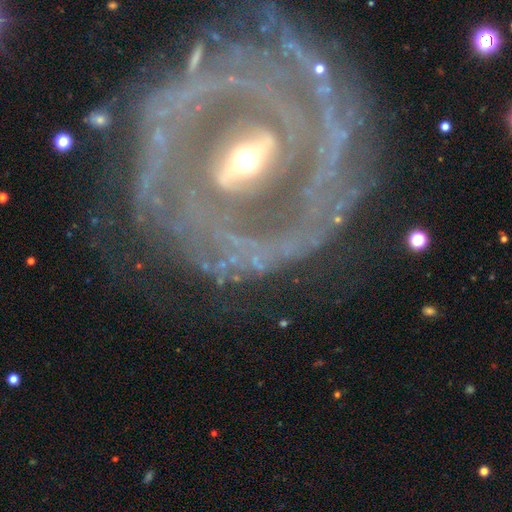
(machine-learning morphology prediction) Smooth or featured? featured or disk (88%)
Edge-on disk? no (95%)
Bar? strong (56%)
Spiral arms? yes (86%)
Spiral winding? tight (61%)
Spiral arm count? 2 (45%)
Bulge size? moderate (56%)
Merging? none (73%)